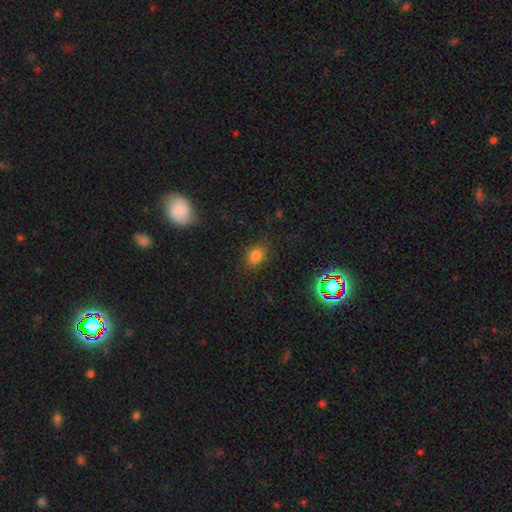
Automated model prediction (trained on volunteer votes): Overall: smooth (78%). How rounded: in between (58%; round 41%). Merging: none (82%).